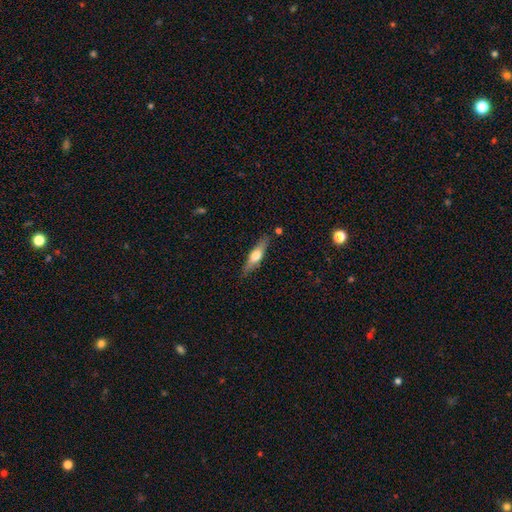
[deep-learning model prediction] A featured or disk galaxy (50%) viewed edge-on (92%). Merging: none (83%).